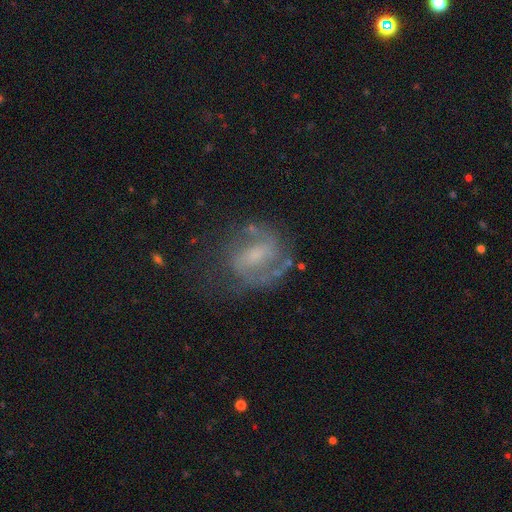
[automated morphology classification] A featured or disk galaxy (74%) with a weak bar (50%), 2 (65%) medium (49%) spiral arms (84%) and a small central bulge (46%). Merging: none (58%).